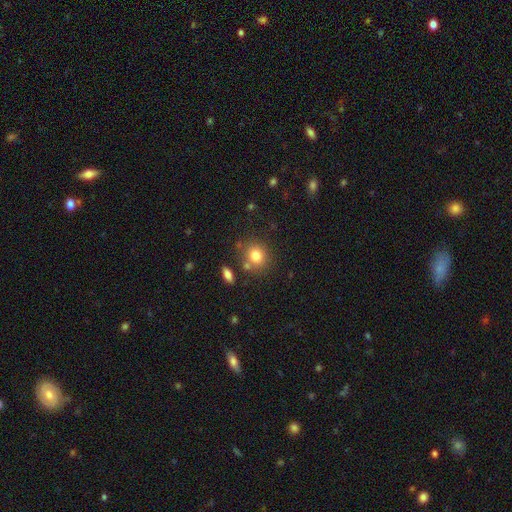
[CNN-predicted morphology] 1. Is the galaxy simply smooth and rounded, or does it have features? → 80% smooth, 11% star or artifact, 9% featured or disk.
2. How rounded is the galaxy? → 74% round, 25% in between, 1% cigar-shaped.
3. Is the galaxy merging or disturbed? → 72% none, 12% merger, 12% minor disturbance, 4% major disturbance.